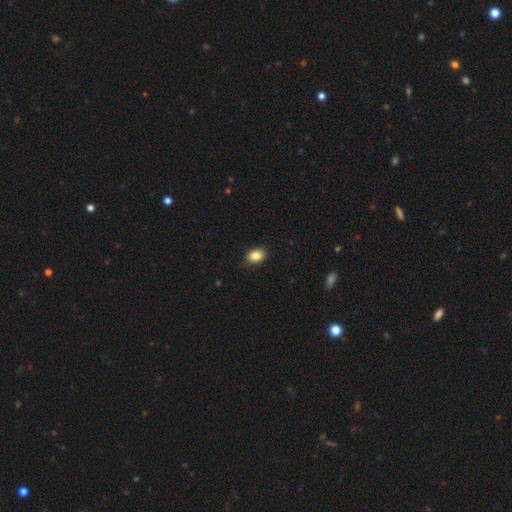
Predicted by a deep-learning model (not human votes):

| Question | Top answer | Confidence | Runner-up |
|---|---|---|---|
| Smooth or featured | smooth | 86% | star or artifact (9%) |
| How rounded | in between | 79% | round (20%) |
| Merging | none | 86% | minor disturbance (11%) |